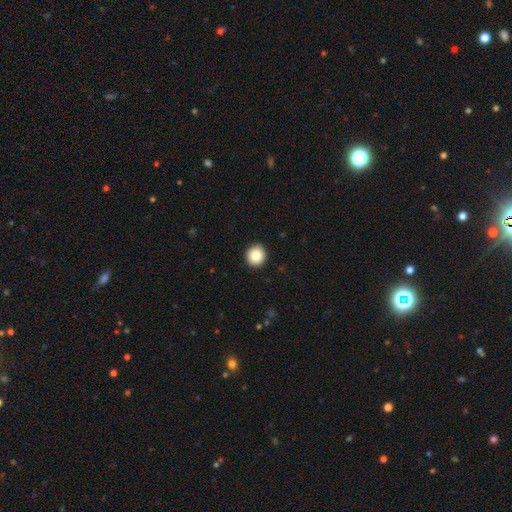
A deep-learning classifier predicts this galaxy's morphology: This is clearly a smooth galaxy (85%). How rounded: clearly round (95%). Merging: clearly none (93%).